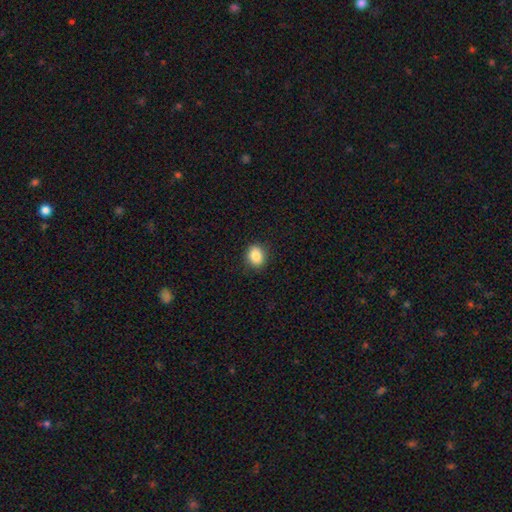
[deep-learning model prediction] Overall: smooth (86%). How rounded: round (54%; in between 45%). Merging: none (88%).